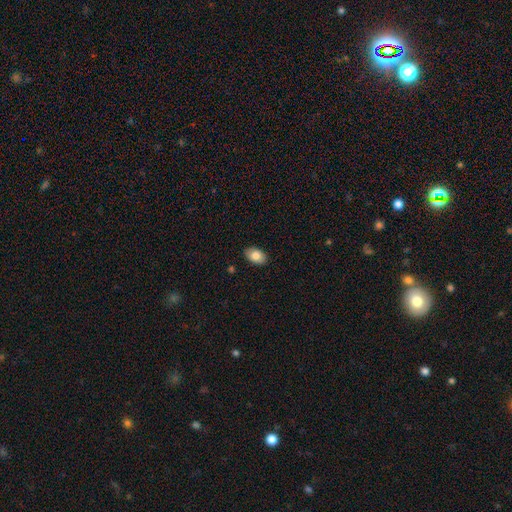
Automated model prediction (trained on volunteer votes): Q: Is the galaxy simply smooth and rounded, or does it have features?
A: smooth — 84%.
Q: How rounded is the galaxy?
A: in between — 91%.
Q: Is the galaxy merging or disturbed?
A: none — 89%.